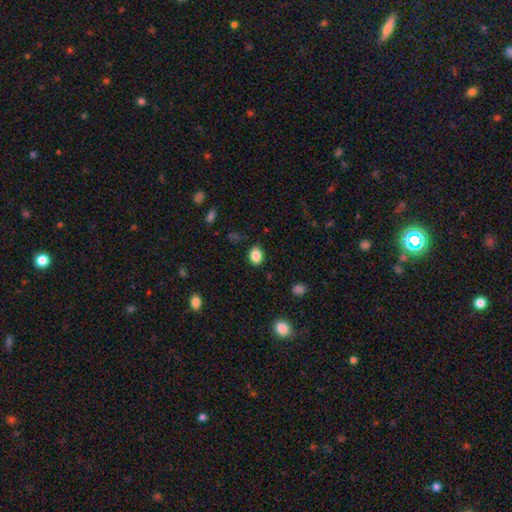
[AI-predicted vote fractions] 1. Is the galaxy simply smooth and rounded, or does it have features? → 86% smooth, 9% star or artifact, 4% featured or disk.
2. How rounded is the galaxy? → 54% in between, 45% round, 1% cigar-shaped.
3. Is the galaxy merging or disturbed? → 86% none, 10% minor disturbance, 3% major disturbance, 1% merger.